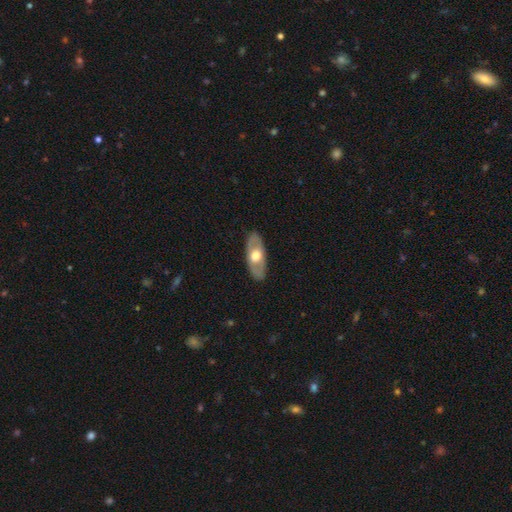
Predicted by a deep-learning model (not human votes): Morphology: type=featured or disk (49%); merging=none (86%).